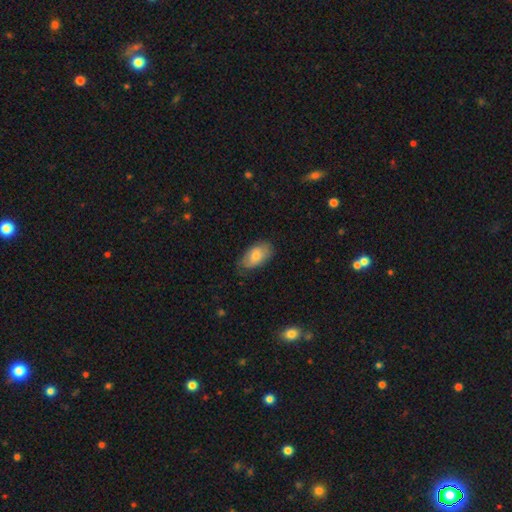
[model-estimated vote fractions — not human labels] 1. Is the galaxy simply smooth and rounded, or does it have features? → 74% smooth, 20% featured or disk, 6% star or artifact.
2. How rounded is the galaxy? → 93% in between, 5% round, 2% cigar-shaped.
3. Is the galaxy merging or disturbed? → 70% none, 24% minor disturbance, 5% major disturbance, 1% merger.